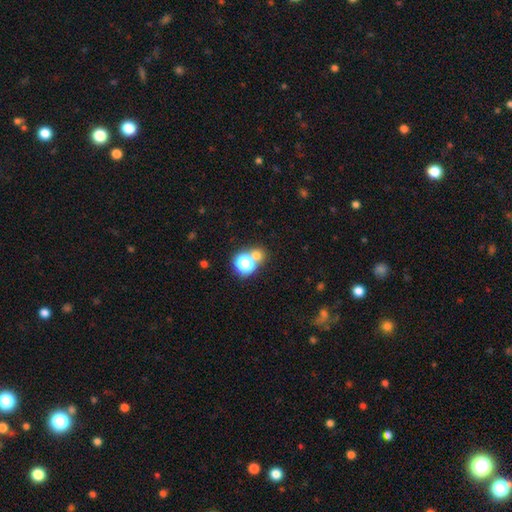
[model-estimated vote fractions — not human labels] Q: Smooth or featured?
A: smooth (63%); runner-up: star or artifact (29%)
Q: How rounded?
A: round (84%); runner-up: in between (15%)
Q: Merging?
A: none (57%); runner-up: merger (32%)